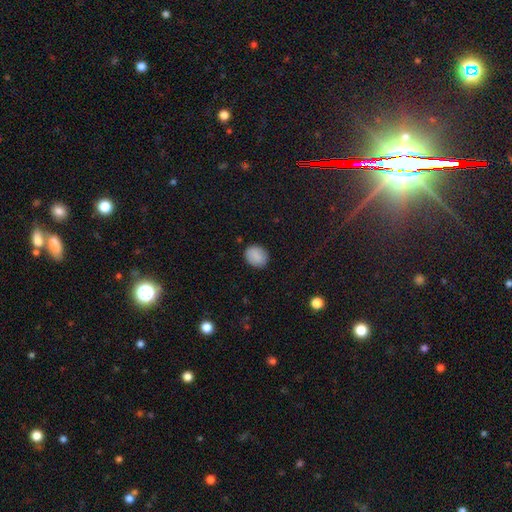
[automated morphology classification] smooth-or-featured: smooth: 84% | star or artifact: 8% | featured or disk: 8%
  how-rounded: round: 53% | in between: 46% | cigar-shaped: 1%
  merging: none: 86% | minor disturbance: 11% | major disturbance: 3% | merger: 1%